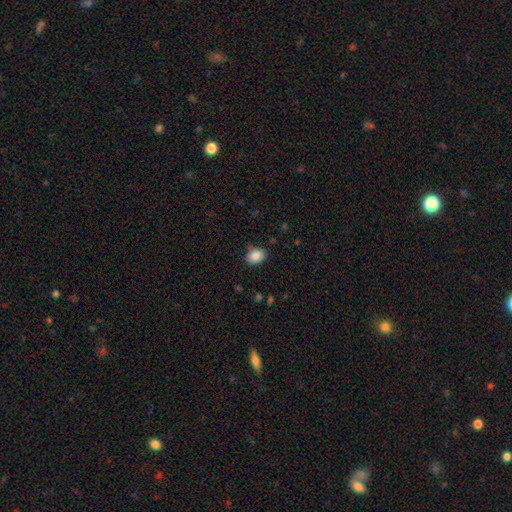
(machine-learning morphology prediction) smooth_or_featured: smooth (p=0.88) [alt: star or artifact p=0.08]
how_rounded: in between (p=0.73) [alt: round p=0.26]
merging: none (p=0.81) [alt: minor disturbance p=0.14]